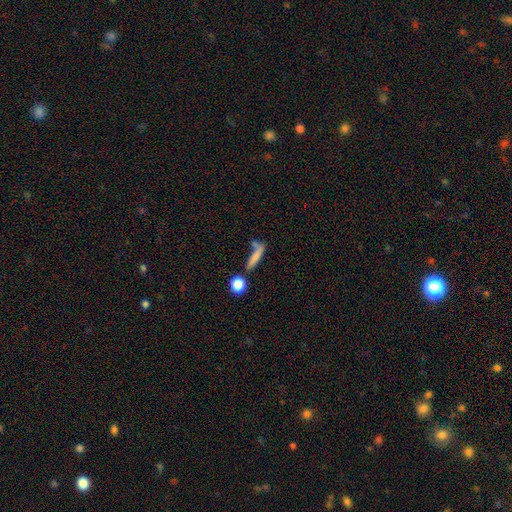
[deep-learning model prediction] Smooth or featured? smooth (71%)
How rounded? cigar-shaped (74%)
Merging? none (51%)